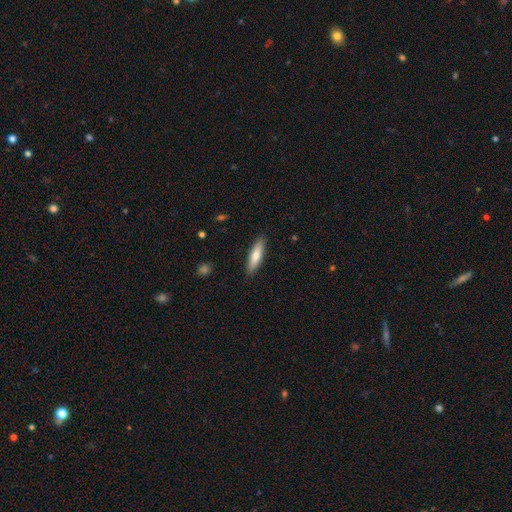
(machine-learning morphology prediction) A smooth galaxy with no disk features (74%) that is cigar-shaped (74%).

Vote fractions:
- Smooth or featured? smooth: 74% / featured or disk: 21% / star or artifact: 6%
- How rounded? cigar-shaped: 74% / in between: 24% / round: 1%
- Merging? none: 89% / minor disturbance: 8% / major disturbance: 2% / merger: 1%